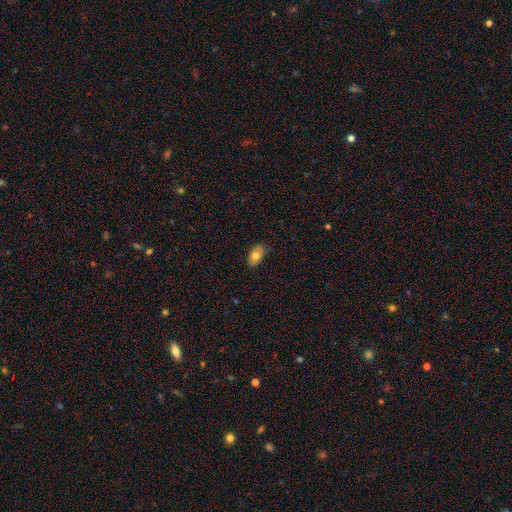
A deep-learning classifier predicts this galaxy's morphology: The model was most divided on "smooth or featured": smooth: 76%, featured or disk: 17%, star or artifact: 7%. More confident: how rounded — in between (93%); merging — none (84%).